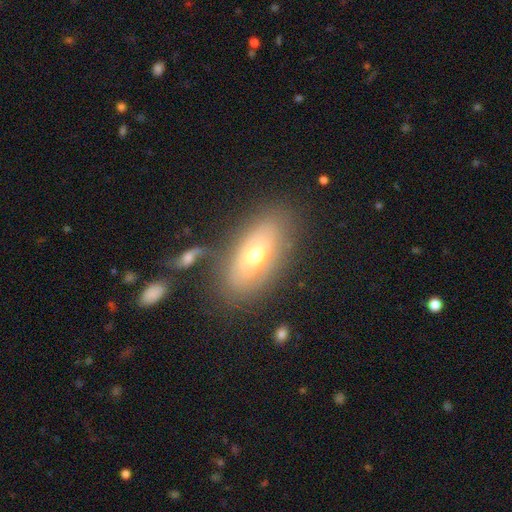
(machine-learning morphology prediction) Q: Smooth or featured?
A: smooth (55%); runner-up: featured or disk (35%)
Q: How rounded?
A: in between (86%); runner-up: cigar-shaped (9%)
Q: Merging?
A: none (77%); runner-up: minor disturbance (12%)